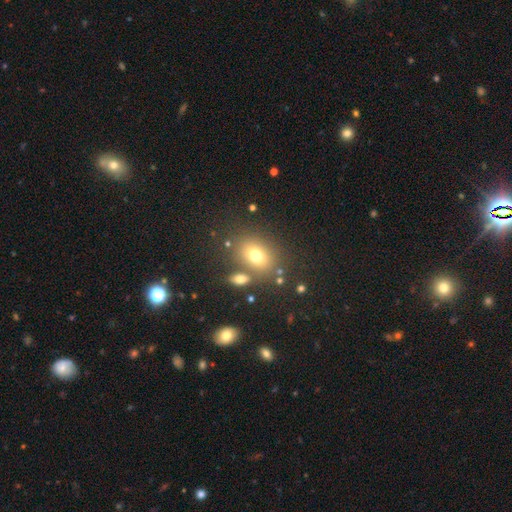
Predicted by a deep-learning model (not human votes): This is likely a smooth galaxy (72%). How rounded: likely in between (63%). Merging: likely none (71%).